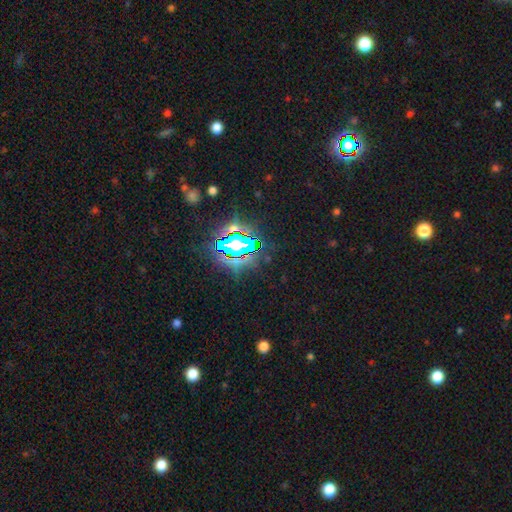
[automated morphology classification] This appears to be a star or artifact, not a galaxy (83%).